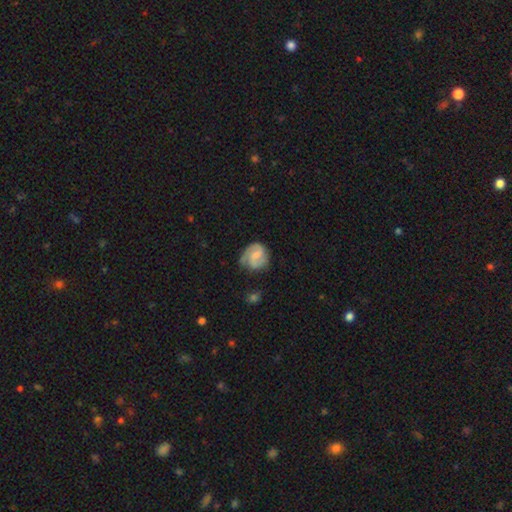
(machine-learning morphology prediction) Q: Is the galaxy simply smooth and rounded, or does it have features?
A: featured or disk — 72%.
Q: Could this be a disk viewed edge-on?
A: no — 98%.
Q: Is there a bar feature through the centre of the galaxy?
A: weak — 49%.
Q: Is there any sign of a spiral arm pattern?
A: yes — 94%.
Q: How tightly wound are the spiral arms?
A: medium — 45%.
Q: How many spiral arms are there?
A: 2 — 74%.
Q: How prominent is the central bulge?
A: small — 39%.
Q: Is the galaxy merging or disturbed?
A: none — 65%.